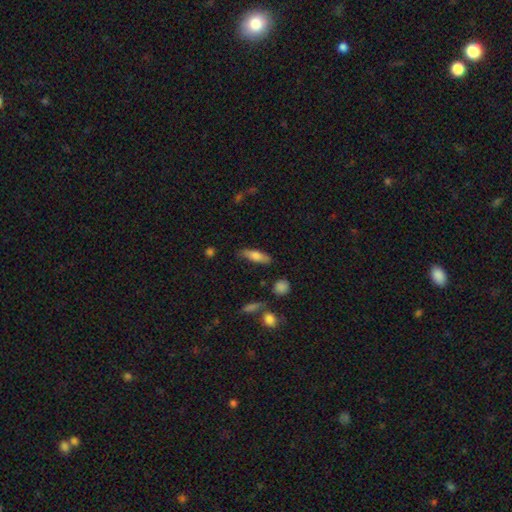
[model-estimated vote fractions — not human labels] Smooth or featured? smooth (70%)
How rounded? cigar-shaped (51%)
Merging? none (78%)